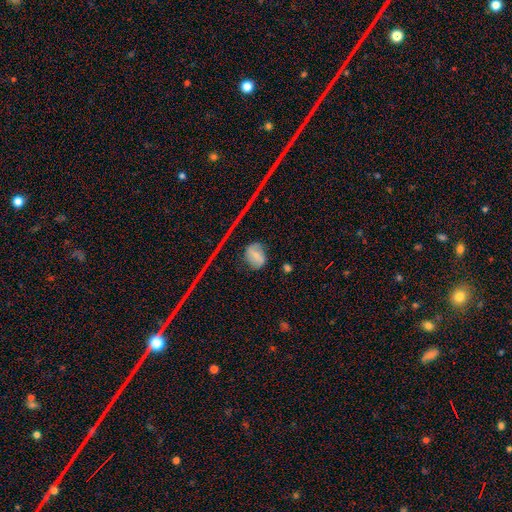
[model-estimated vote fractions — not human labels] A smooth galaxy with no disk features (48%).

Vote fractions:
- Smooth or featured? smooth: 48% / featured or disk: 40% / star or artifact: 13%
- Merging? none: 68% / minor disturbance: 18% / major disturbance: 11% / merger: 3%